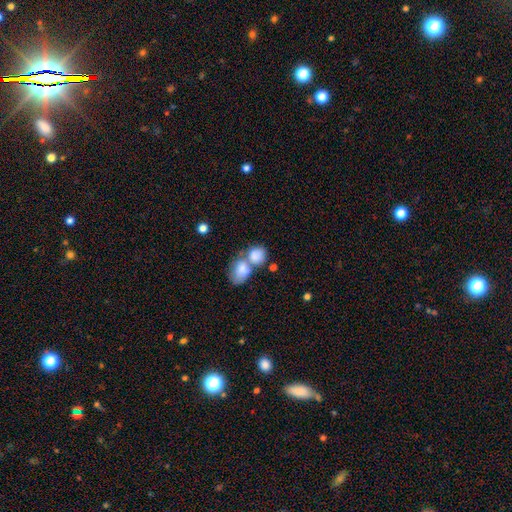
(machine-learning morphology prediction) This appears to be a smooth galaxy with no disk features (82%) that is in between round and cigar-shaped (55%). Merging: merger (68%).